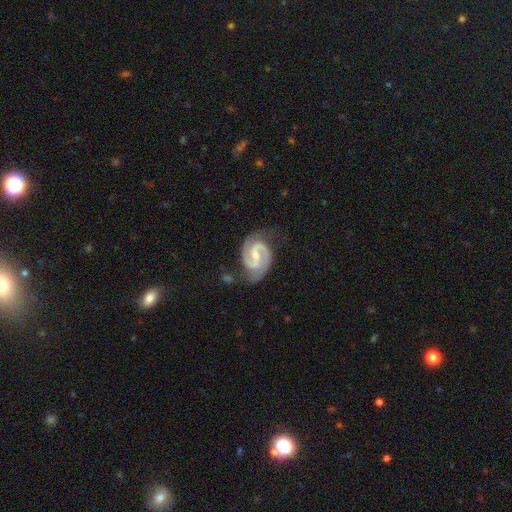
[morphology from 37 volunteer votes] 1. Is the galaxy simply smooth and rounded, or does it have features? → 92% featured or disk, 5% star or artifact, 3% smooth.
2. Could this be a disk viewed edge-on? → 100% no, 0% yes.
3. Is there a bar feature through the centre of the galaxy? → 44% no, 38% weak, 18% strong.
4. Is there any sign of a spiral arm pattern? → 97% yes, 3% no.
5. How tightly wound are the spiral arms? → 64% medium, 30% tight, 6% loose.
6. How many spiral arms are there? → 100% 2, 0% 1, 0% 3, 0% 4, 0% more than 4, 0% can't tell.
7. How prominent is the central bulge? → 47% small, 44% moderate, 9% none, 0% dominant, 0% large.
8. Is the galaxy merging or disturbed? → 66% none, 26% minor disturbance, 9% major disturbance, 0% merger.